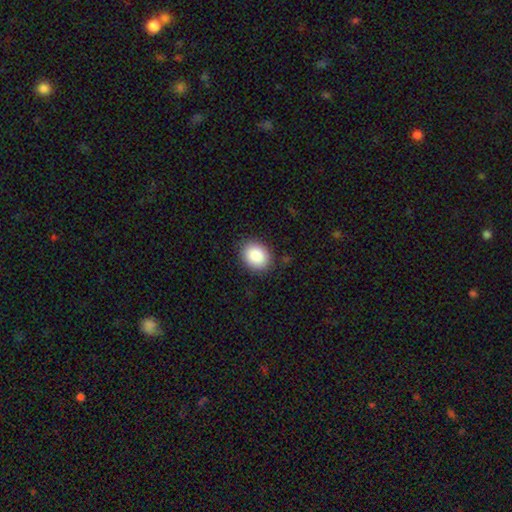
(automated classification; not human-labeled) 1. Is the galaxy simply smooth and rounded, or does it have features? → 87% smooth, 8% star or artifact, 5% featured or disk.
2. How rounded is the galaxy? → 51% in between, 48% round, 1% cigar-shaped.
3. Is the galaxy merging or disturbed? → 88% none, 9% minor disturbance, 2% major disturbance, 1% merger.